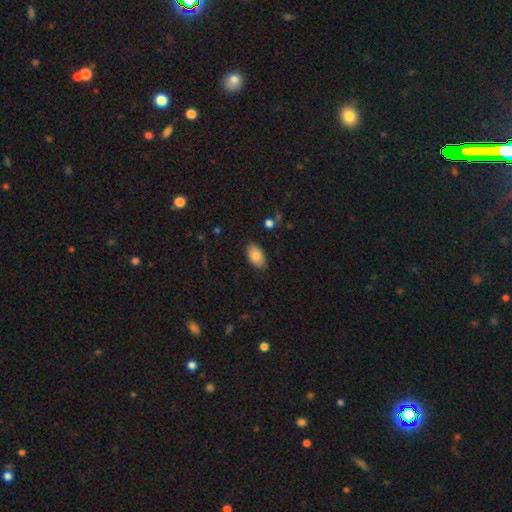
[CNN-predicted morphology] smooth-or-featured: smooth: 82% | featured or disk: 11% | star or artifact: 7%
  how-rounded: in between: 93% | round: 5% | cigar-shaped: 1%
  merging: none: 84% | minor disturbance: 12% | major disturbance: 2% | merger: 1%